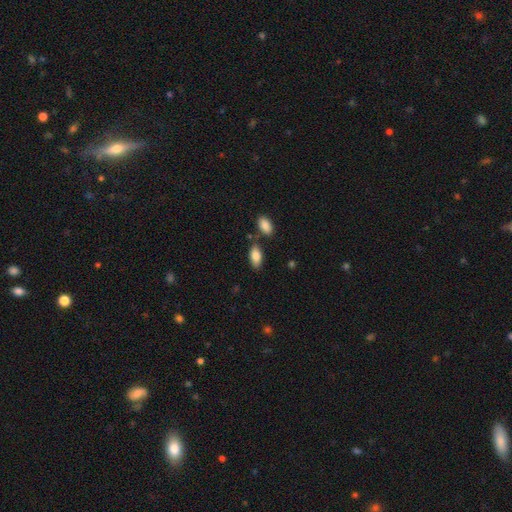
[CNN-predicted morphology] Smooth or featured? smooth (85%)
How rounded? in between (91%)
Merging? none (74%)